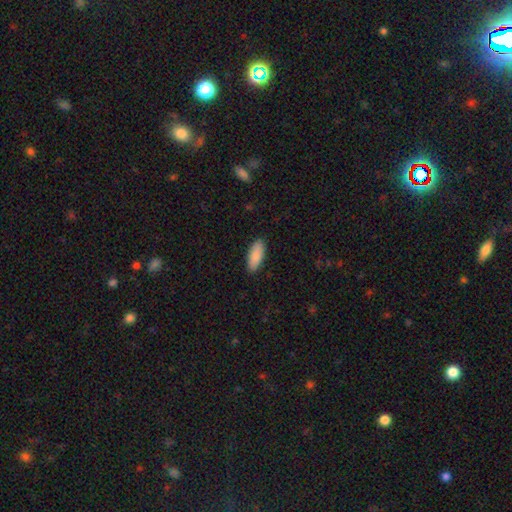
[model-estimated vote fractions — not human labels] Smooth or featured: smooth — 88% (featured or disk — 6%)
How rounded: in between — 78% (cigar-shaped — 20%)
Merging: none — 89% (minor disturbance — 8%)